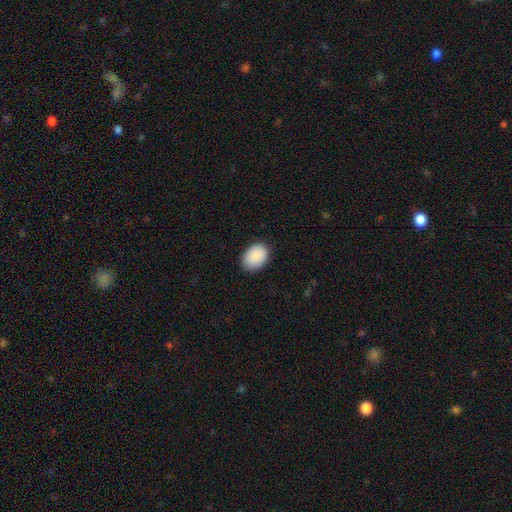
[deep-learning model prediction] The model was most divided on "how rounded": in between: 78%, round: 21%, cigar-shaped: 1%. More confident: smooth or featured — smooth (90%); merging — none (86%).